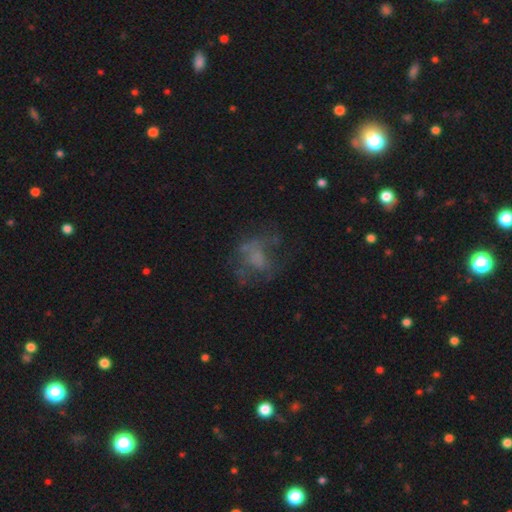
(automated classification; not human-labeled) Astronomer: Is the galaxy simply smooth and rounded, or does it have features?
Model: featured or disk — 45% (runner-up: smooth, 36%).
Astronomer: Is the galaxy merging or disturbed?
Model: none — 46% (runner-up: major disturbance, 32%).